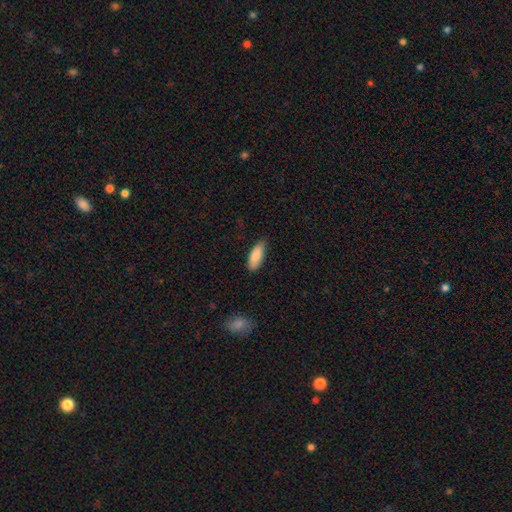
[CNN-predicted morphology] smooth 87%, featured or disk 7%, star or artifact 6%. Down the decision tree: how rounded — in between (75%); merging — none (78%).